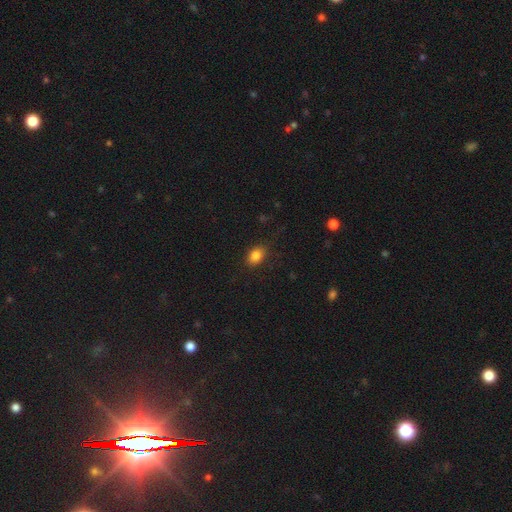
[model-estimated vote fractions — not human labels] A smooth galaxy with no disk features (84%) that is in between round and cigar-shaped (73%). Merging: none (83%).